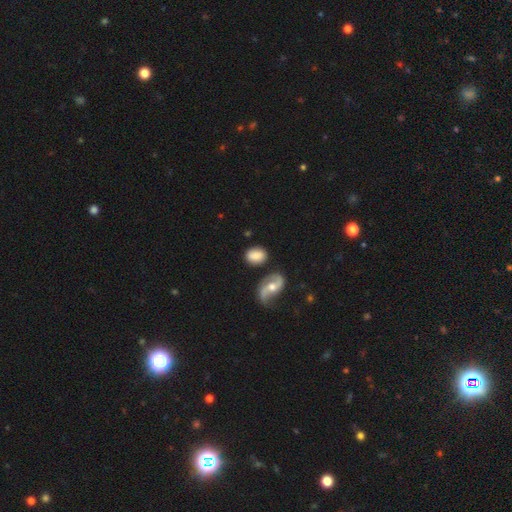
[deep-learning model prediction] Overall: smooth (72%). How rounded: in between (67%; round 31%). Merging: none (69%).